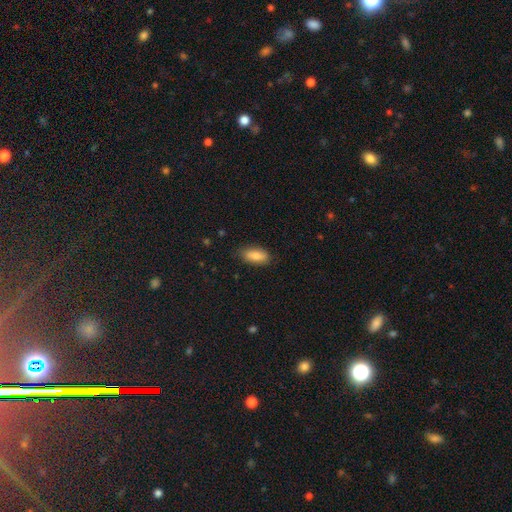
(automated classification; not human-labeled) Smooth or featured?
  - smooth: 84% *
  - featured or disk: 10%
  - star or artifact: 7%
How rounded?
  - in between: 84% *
  - cigar-shaped: 14%
  - round: 2%
Merging?
  - none: 83% *
  - minor disturbance: 13%
  - major disturbance: 3%
  - merger: 1%